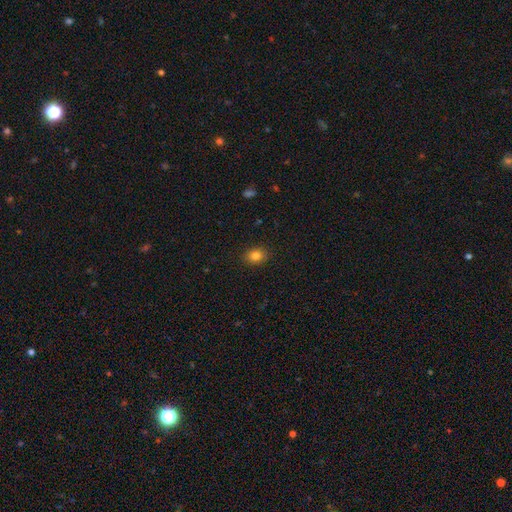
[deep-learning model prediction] smooth-or-featured: smooth: 83% | star or artifact: 11% | featured or disk: 6%
  how-rounded: in between: 56% | round: 43% | cigar-shaped: 1%
  merging: none: 89% | minor disturbance: 8% | major disturbance: 2% | merger: 1%